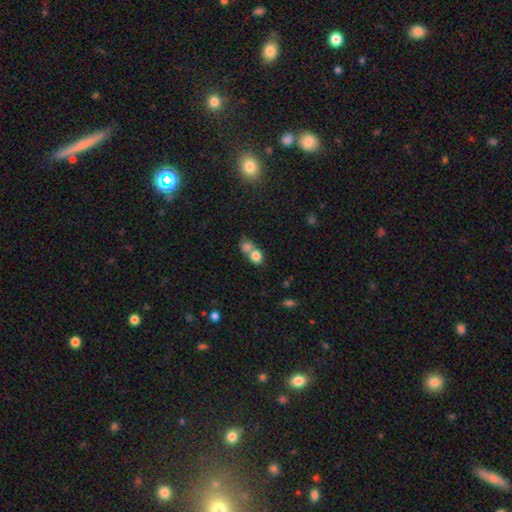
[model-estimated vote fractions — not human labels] smooth 78%, featured or disk 11%, star or artifact 11%. Down the decision tree: how rounded — round (68%); merging — merger (63%).